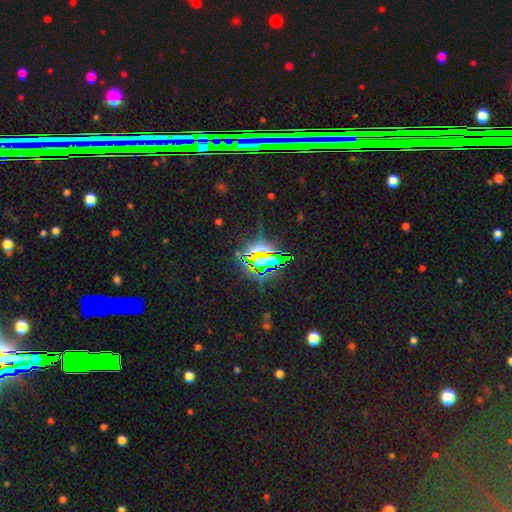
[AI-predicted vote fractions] Morphology: type=star or artifact (77%).